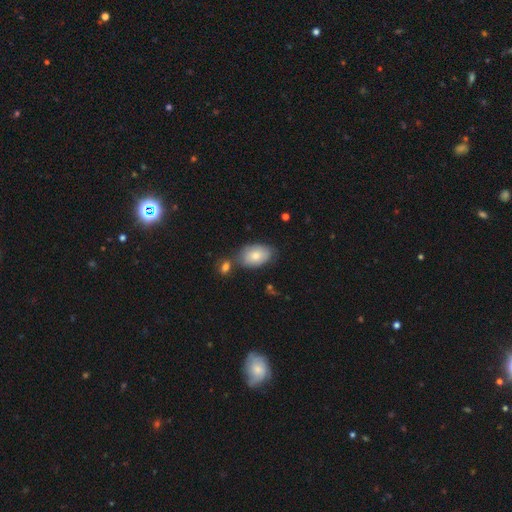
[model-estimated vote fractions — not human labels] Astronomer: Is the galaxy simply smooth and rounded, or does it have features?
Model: smooth — 78%.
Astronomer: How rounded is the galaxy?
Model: in between — 90%.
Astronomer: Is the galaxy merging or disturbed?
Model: none — 63%.